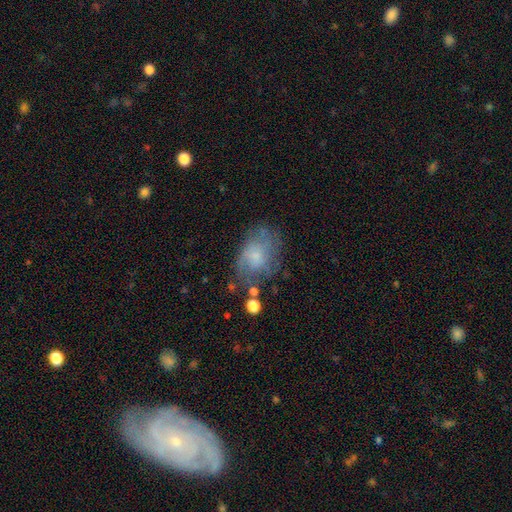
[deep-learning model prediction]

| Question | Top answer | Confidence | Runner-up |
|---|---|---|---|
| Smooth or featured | smooth | 48% | featured or disk (41%) |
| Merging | none | 51% | minor disturbance (26%) |